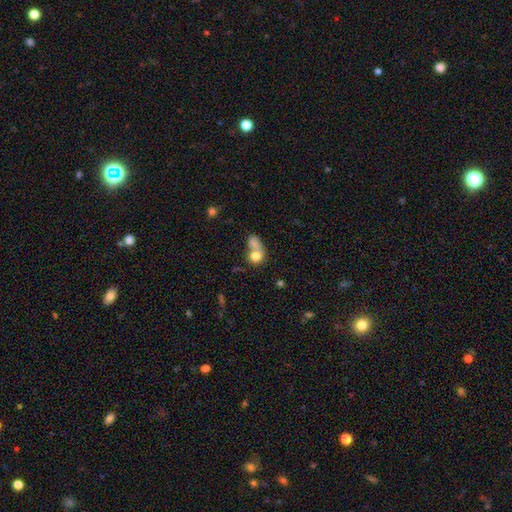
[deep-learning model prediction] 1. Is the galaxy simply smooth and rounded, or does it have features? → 75% smooth, 16% featured or disk, 9% star or artifact.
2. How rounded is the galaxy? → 64% round, 35% in between, 2% cigar-shaped.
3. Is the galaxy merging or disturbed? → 65% merger, 21% none, 7% major disturbance, 7% minor disturbance.